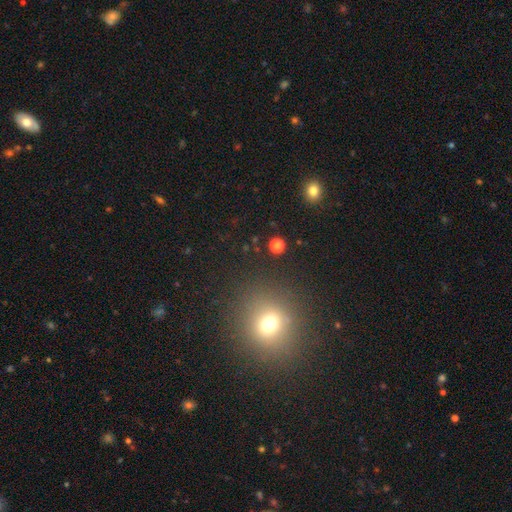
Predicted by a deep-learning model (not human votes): This appears to be a smooth galaxy with no disk features (57%) that is round (87%). Merging: none (91%).